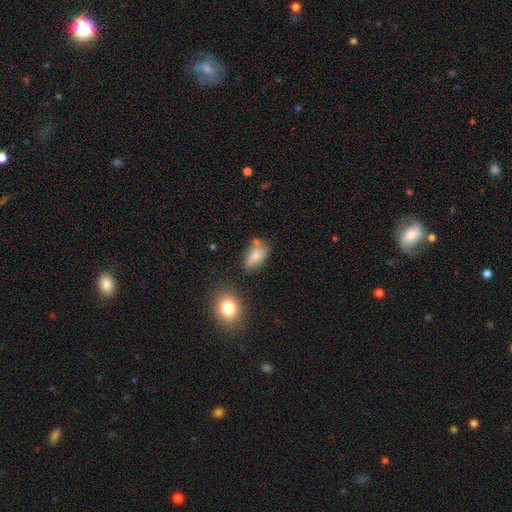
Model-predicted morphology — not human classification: smooth_or_featured: smooth (p=0.72) [alt: featured or disk p=0.19]
how_rounded: in between (p=0.87) [alt: round p=0.08]
merging: none (p=0.50) [alt: minor disturbance p=0.27]